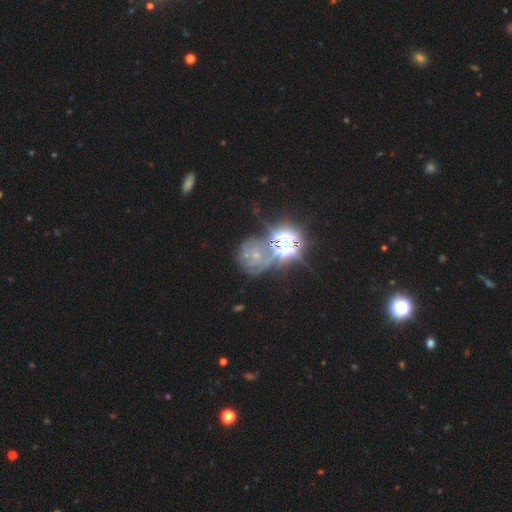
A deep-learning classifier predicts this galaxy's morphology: Overall: star or artifact (50%; featured or disk 30%).